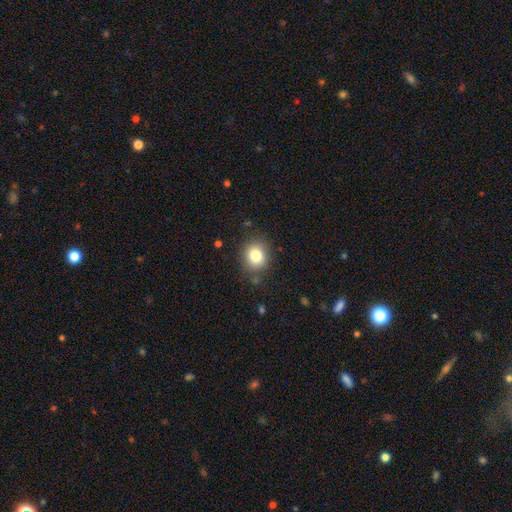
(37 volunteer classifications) This is clearly a smooth galaxy (84%). How rounded: likely round (68%). Merging: clearly none (88%).